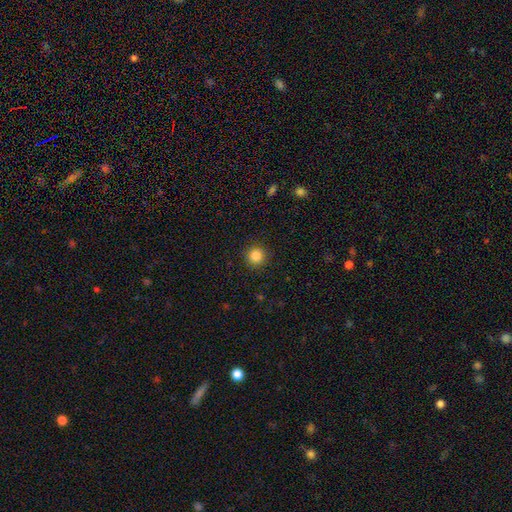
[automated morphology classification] Q: Smooth or featured?
A: smooth (85%); runner-up: star or artifact (11%)
Q: How rounded?
A: round (94%); runner-up: in between (5%)
Q: Merging?
A: none (91%); runner-up: minor disturbance (6%)